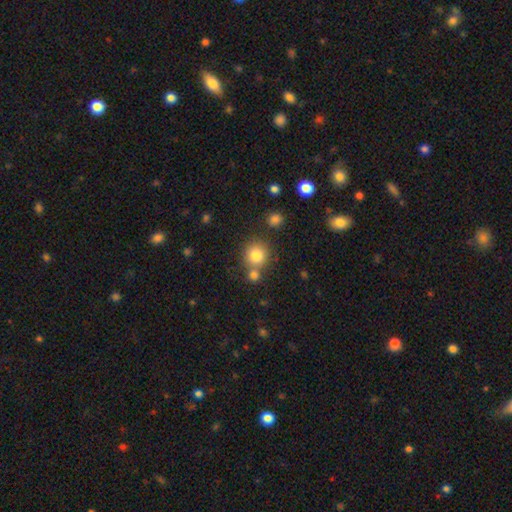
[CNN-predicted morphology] Smooth or featured? smooth (82%)
How rounded? round (90%)
Merging? none (66%)